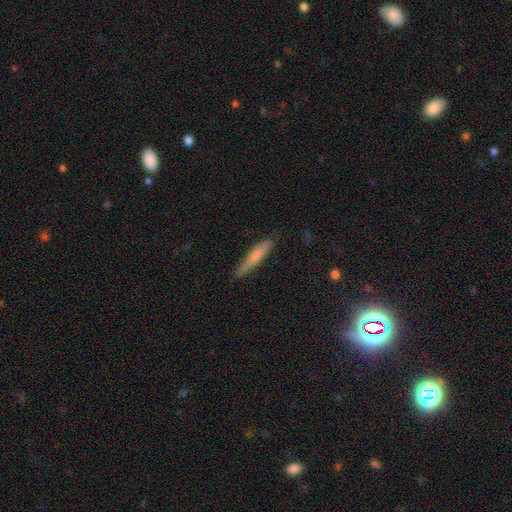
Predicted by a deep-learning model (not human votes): Smooth or featured?
  - smooth: 67% *
  - featured or disk: 26%
  - star or artifact: 6%
How rounded?
  - cigar-shaped: 91% *
  - in between: 8%
  - round: 1%
Merging?
  - none: 80% *
  - minor disturbance: 16%
  - major disturbance: 3%
  - merger: 1%